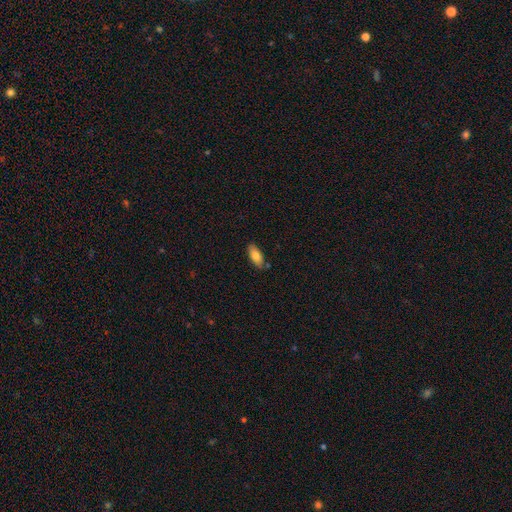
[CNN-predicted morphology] smooth-or-featured: smooth: 80% | featured or disk: 13% | star or artifact: 7%
  how-rounded: in between: 87% | cigar-shaped: 11% | round: 2%
  merging: none: 80% | minor disturbance: 14% | merger: 3% | major disturbance: 2%